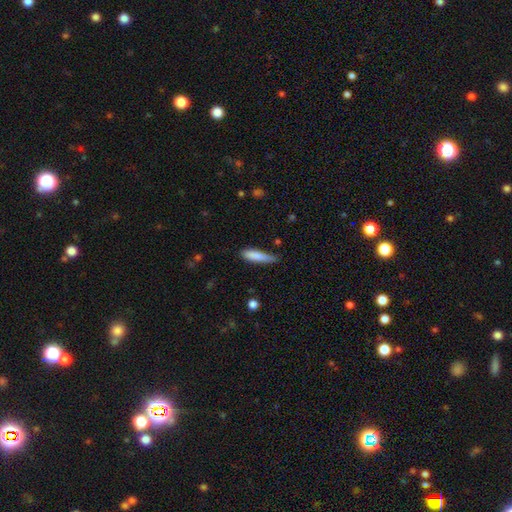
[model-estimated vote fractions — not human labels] Smooth or featured? Predicted: smooth (p=0.84). How rounded? Predicted: cigar-shaped (p=0.76). Merging? Predicted: none (p=0.60).